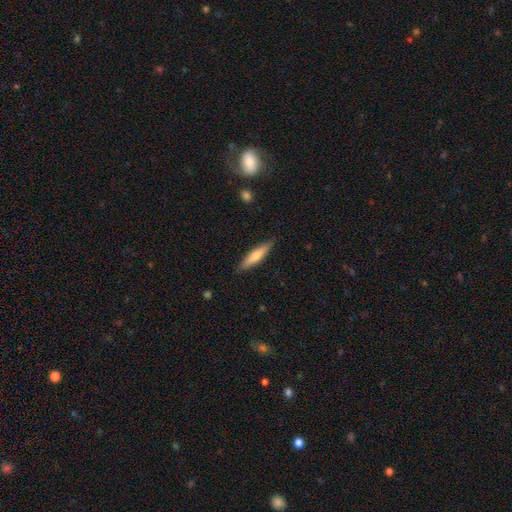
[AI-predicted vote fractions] This appears to be a smooth galaxy with no disk features (62%) that is cigar-shaped (80%). Merging: none (87%).